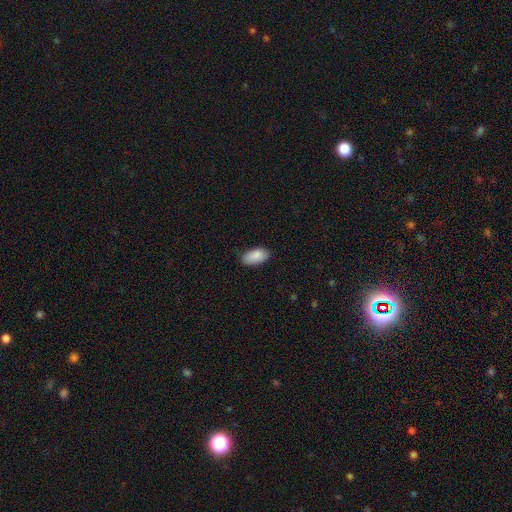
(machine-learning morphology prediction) A smooth galaxy with no disk features (87%) that is in between round and cigar-shaped (94%).

Vote fractions:
- Smooth or featured? smooth: 87% / star or artifact: 6% / featured or disk: 6%
- How rounded? in between: 94% / cigar-shaped: 3% / round: 2%
- Merging? none: 79% / minor disturbance: 17% / major disturbance: 3% / merger: 1%